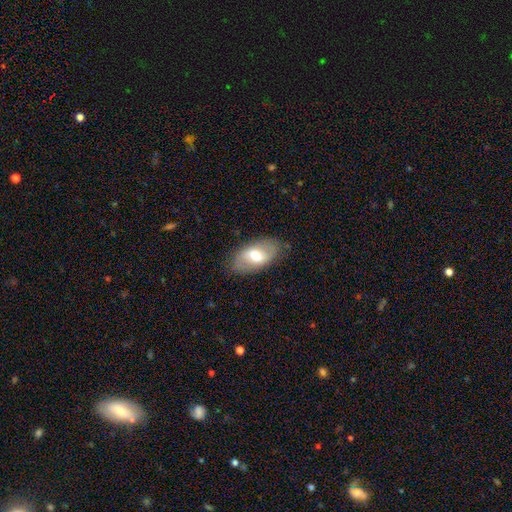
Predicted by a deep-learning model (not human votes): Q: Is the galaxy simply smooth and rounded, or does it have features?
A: smooth — 56%.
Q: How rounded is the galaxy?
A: in between — 92%.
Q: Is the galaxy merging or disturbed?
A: none — 81%.